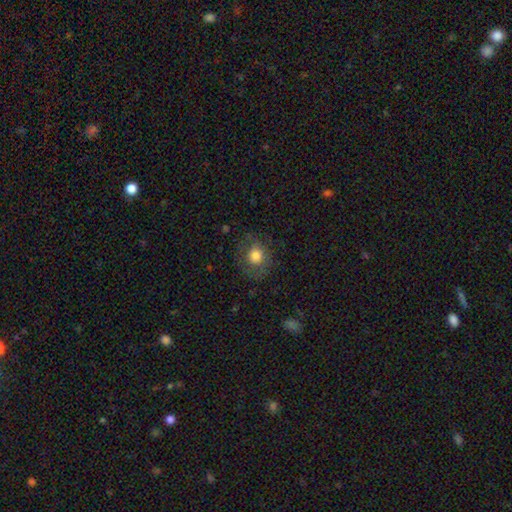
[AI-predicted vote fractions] Smooth or featured: smooth — 76% (featured or disk — 15%)
How rounded: round — 79% (in between — 20%)
Merging: none — 78% (minor disturbance — 14%)